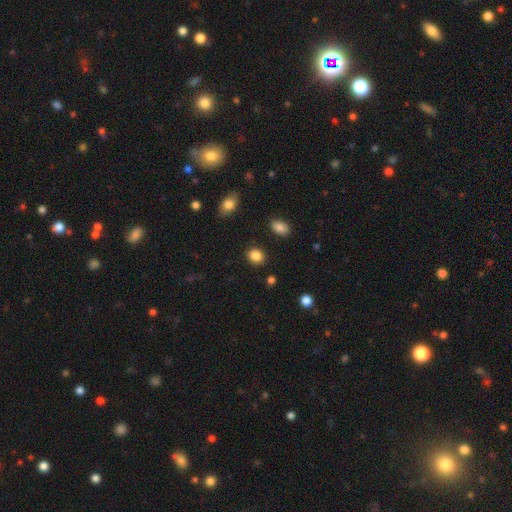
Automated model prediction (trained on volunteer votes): Smooth or featured: smooth — 87% (star or artifact — 9%)
How rounded: round — 62% (in between — 37%)
Merging: none — 89% (minor disturbance — 7%)